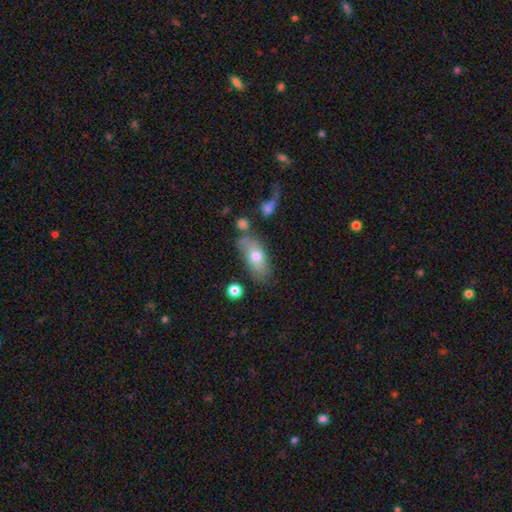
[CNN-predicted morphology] type=smooth (67%); roundness=in between (84%); merging=none (53%).